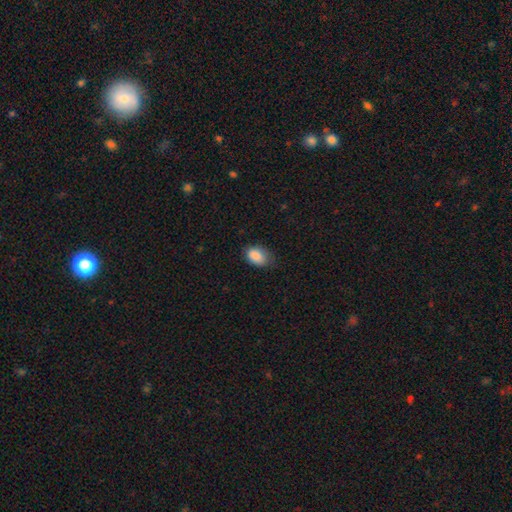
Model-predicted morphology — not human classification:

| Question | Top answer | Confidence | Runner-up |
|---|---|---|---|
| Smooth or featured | smooth | 87% | star or artifact (8%) |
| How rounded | in between | 83% | round (16%) |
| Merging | none | 65% | minor disturbance (28%) |